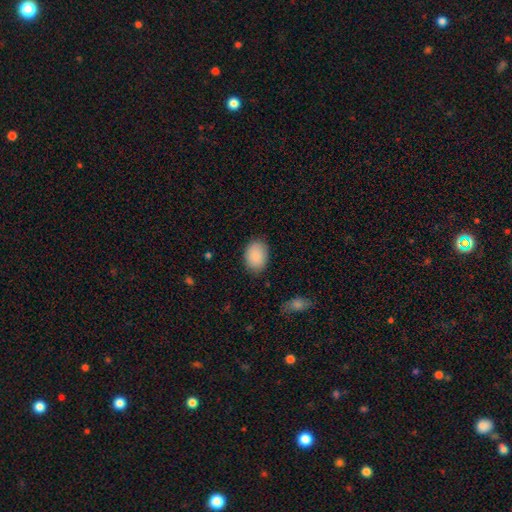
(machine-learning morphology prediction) Smooth or featured?
  - smooth: 88% *
  - star or artifact: 7%
  - featured or disk: 5%
How rounded?
  - in between: 78% *
  - round: 21%
  - cigar-shaped: 1%
Merging?
  - none: 84% *
  - minor disturbance: 12%
  - major disturbance: 3%
  - merger: 1%